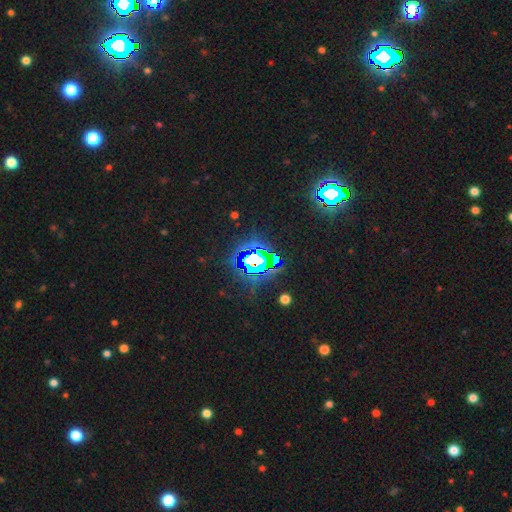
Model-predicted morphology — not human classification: A star or artifact, not a galaxy (73%).